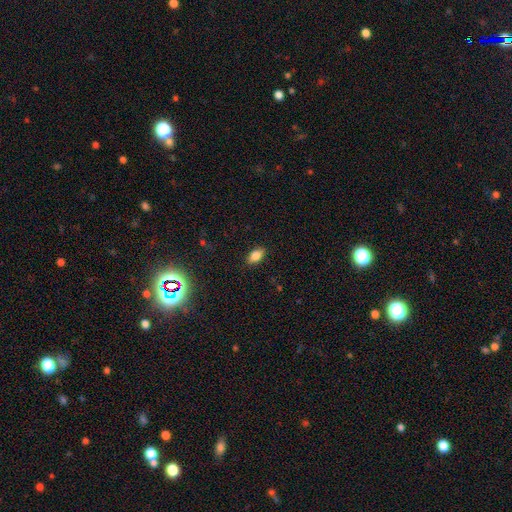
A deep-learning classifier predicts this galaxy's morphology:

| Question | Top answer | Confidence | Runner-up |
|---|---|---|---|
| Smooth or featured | smooth | 81% | star or artifact (10%) |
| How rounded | in between | 89% | round (6%) |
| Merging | none | 88% | minor disturbance (9%) |